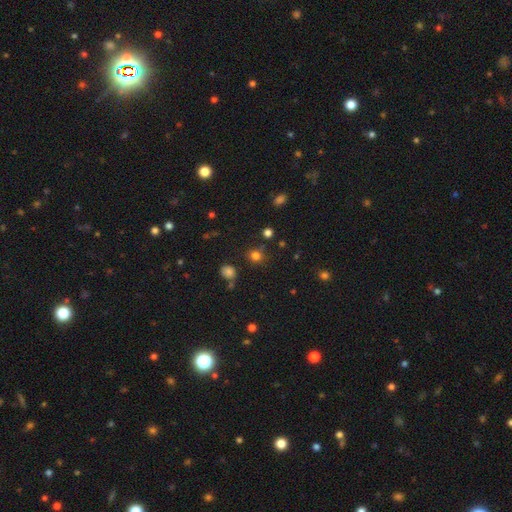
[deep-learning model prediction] This is likely a smooth galaxy (76%). How rounded: clearly round (86%). Merging: clearly none (80%).